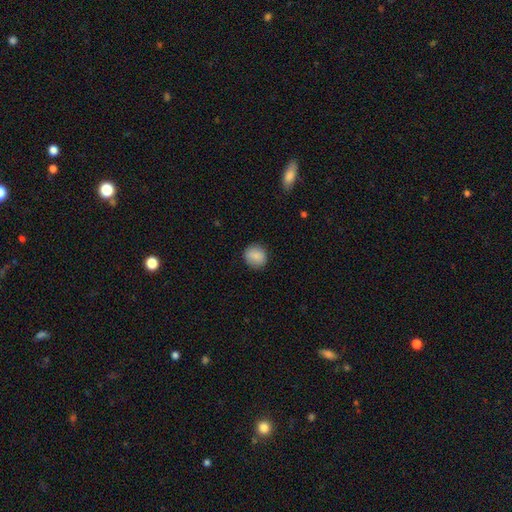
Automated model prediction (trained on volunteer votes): Smooth or featured: smooth — 87% (star or artifact — 7%)
How rounded: round — 85% (in between — 14%)
Merging: none — 88% (minor disturbance — 9%)